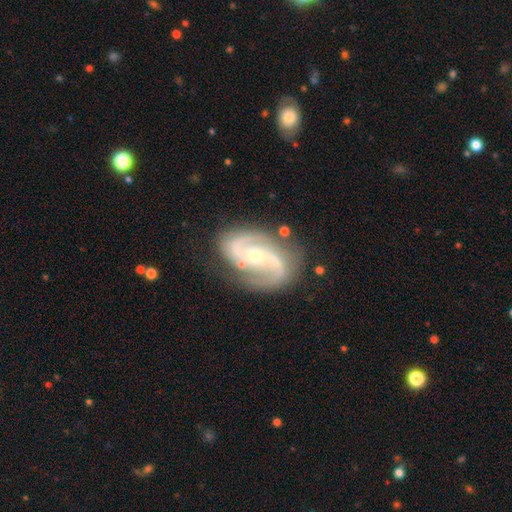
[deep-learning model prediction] This is clearly a featured or disk galaxy (91%). It is clearly not viewed edge-on (97%). Bar: possibly no (49%). Spiral arm pattern: clearly yes (98%). Spiral arm count: clearly 2 (90%). Spiral winding: possibly medium (55%). Central bulge: possibly small (52%). Merging: likely none (76%).